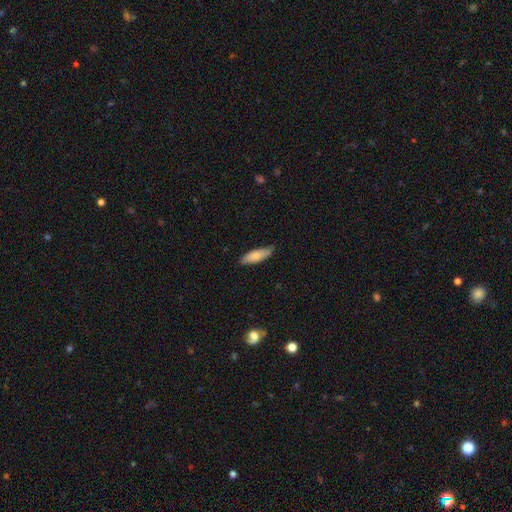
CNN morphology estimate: smooth 79%, featured or disk 16%, star or artifact 6%. Down the decision tree: how rounded — in between (54%); merging — none (79%).